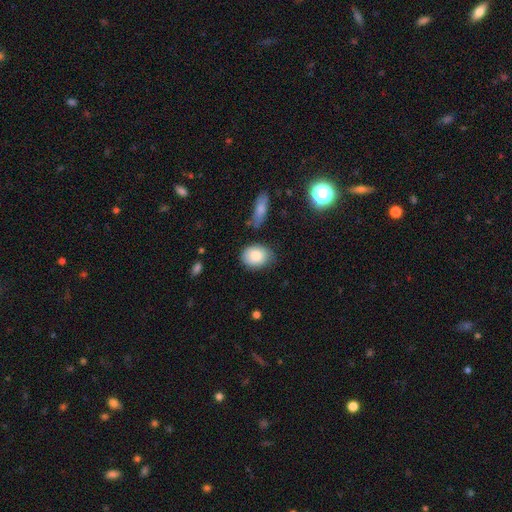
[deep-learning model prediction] smooth-or-featured: smooth: 81% | featured or disk: 12% | star or artifact: 7%
  how-rounded: in between: 59% | round: 39% | cigar-shaped: 1%
  merging: none: 71% | minor disturbance: 21% | major disturbance: 4% | merger: 4%